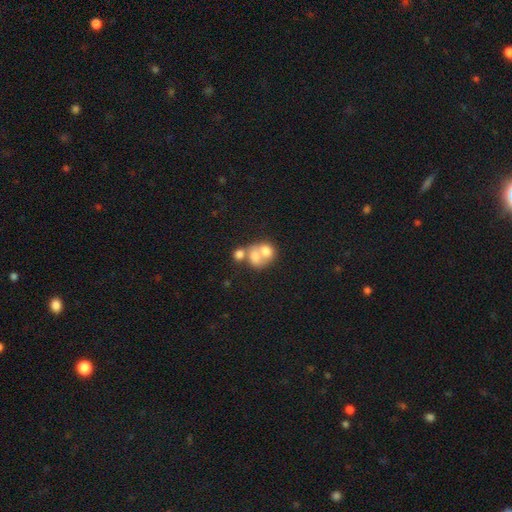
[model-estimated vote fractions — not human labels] Smooth or featured?
  - smooth: 64% *
  - featured or disk: 26%
  - star or artifact: 10%
How rounded?
  - round: 53% *
  - in between: 46%
  - cigar-shaped: 1%
Merging?
  - merger: 69% *
  - none: 19%
  - minor disturbance: 7%
  - major disturbance: 6%